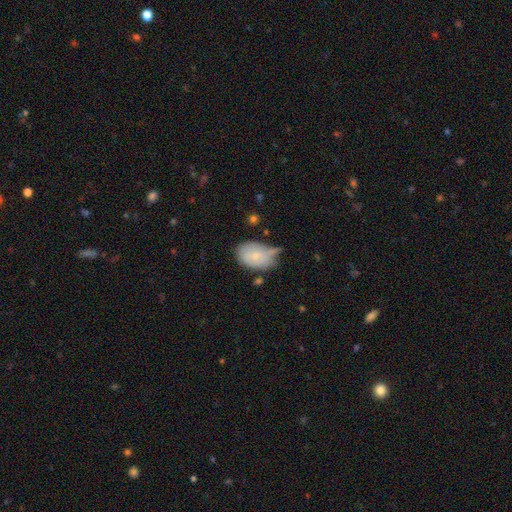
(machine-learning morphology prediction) Overall: smooth (70%). How rounded: in between (86%). Merging: minor disturbance (44%; none 33%).